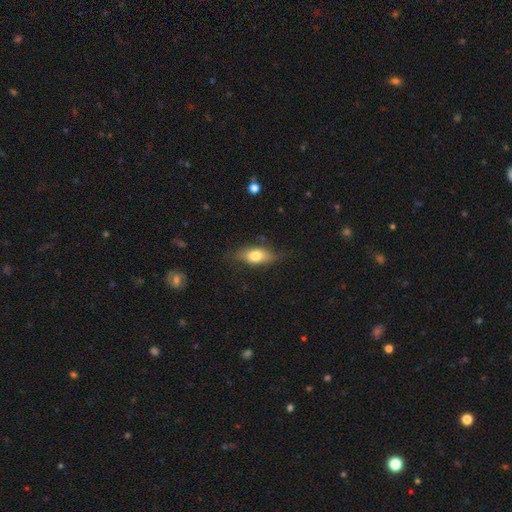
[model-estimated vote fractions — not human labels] smooth_or_featured: smooth (p=0.68) [alt: featured or disk p=0.25]
how_rounded: in between (p=0.79) [alt: cigar-shaped p=0.16]
merging: none (p=0.71) [alt: minor disturbance p=0.22]